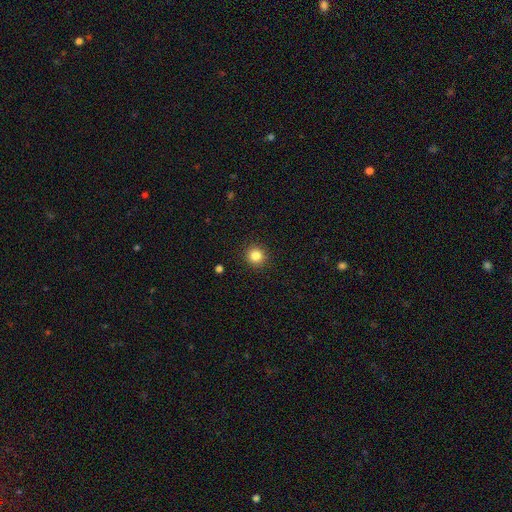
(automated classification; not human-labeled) Morphology: type=smooth (84%); roundness=round (94%); merging=none (92%).